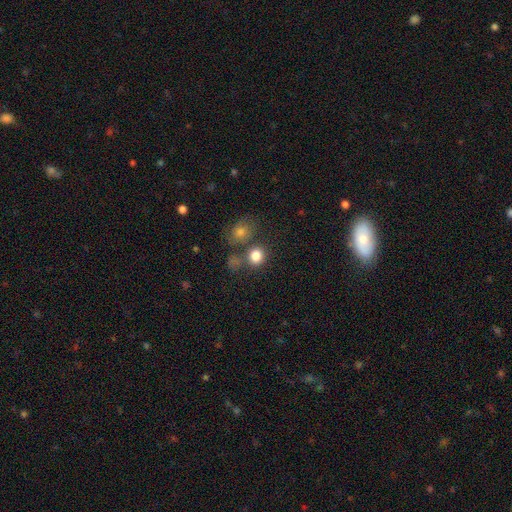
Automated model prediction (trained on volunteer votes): Smooth or featured? Predicted: smooth (p=0.81). How rounded? Predicted: round (p=0.76). Merging? Predicted: none (p=0.60).